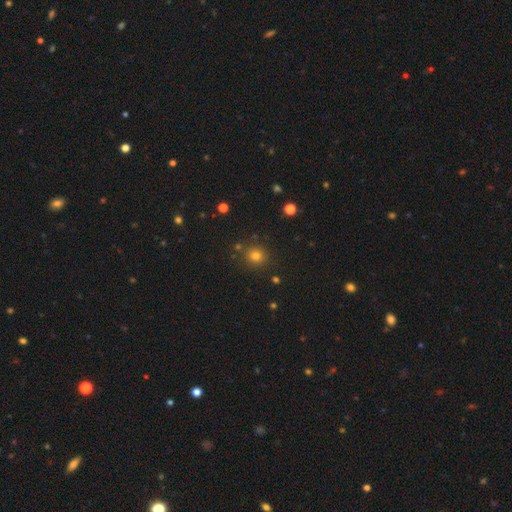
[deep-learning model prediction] Q: Smooth or featured?
A: smooth (75%); runner-up: star or artifact (18%)
Q: How rounded?
A: round (88%); runner-up: in between (11%)
Q: Merging?
A: none (85%); runner-up: minor disturbance (8%)